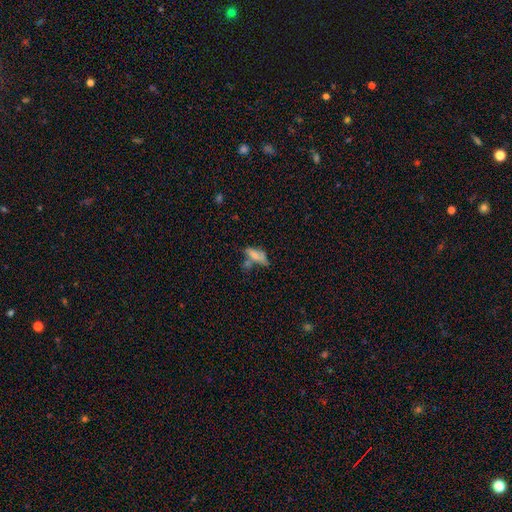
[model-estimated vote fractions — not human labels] Smooth or featured?
  - smooth: 66% *
  - featured or disk: 23%
  - star or artifact: 12%
How rounded?
  - in between: 63% *
  - cigar-shaped: 34%
  - round: 4%
Merging?
  - merger: 33% *
  - none: 32%
  - minor disturbance: 20%
  - major disturbance: 15%